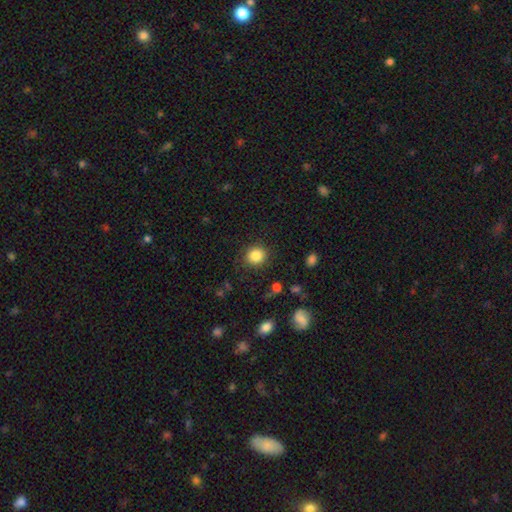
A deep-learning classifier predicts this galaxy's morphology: smooth-or-featured: smooth: 85% | star or artifact: 10% | featured or disk: 5%
  how-rounded: round: 85% | in between: 14% | cigar-shaped: 1%
  merging: none: 88% | minor disturbance: 8% | major disturbance: 3% | merger: 1%